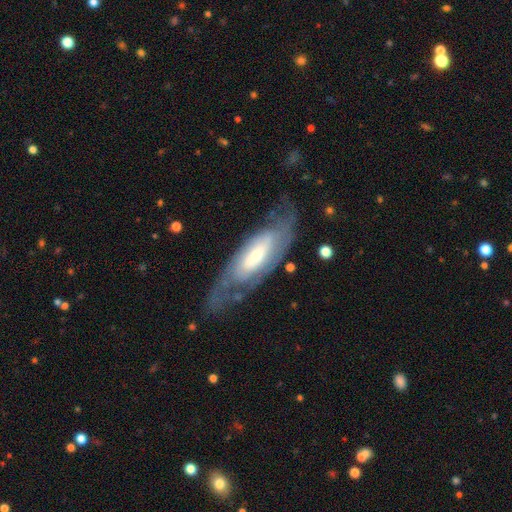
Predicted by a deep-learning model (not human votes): This is likely a featured or disk galaxy (74%). It is clearly not viewed edge-on (83%). Bar: possibly no (52%). Spiral arm pattern: likely yes (80%). Central bulge: possibly small (50%). Merging: likely none (62%).